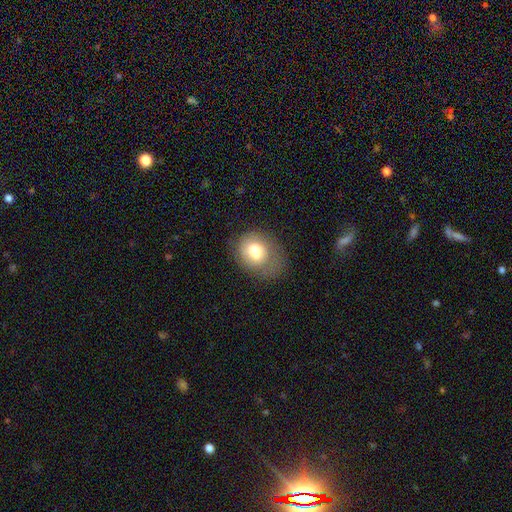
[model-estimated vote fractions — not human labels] Smooth or featured?
  - smooth: 70% *
  - featured or disk: 20%
  - star or artifact: 9%
How rounded?
  - round: 54% *
  - in between: 45%
  - cigar-shaped: 1%
Merging?
  - none: 45% *
  - minor disturbance: 31%
  - major disturbance: 22%
  - merger: 3%